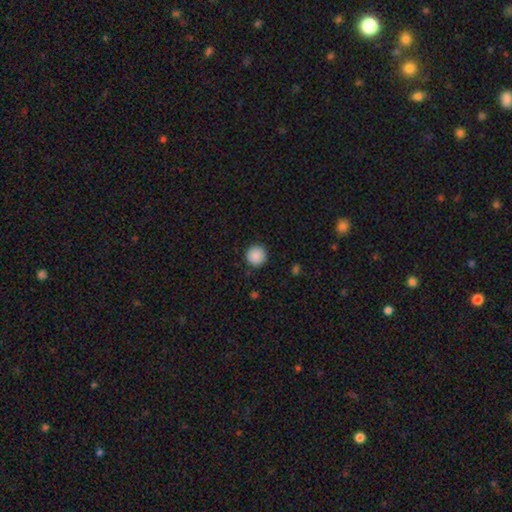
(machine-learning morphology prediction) Smooth or featured? Predicted: smooth (p=0.89). How rounded? Predicted: round (p=0.96). Merging? Predicted: none (p=0.91).